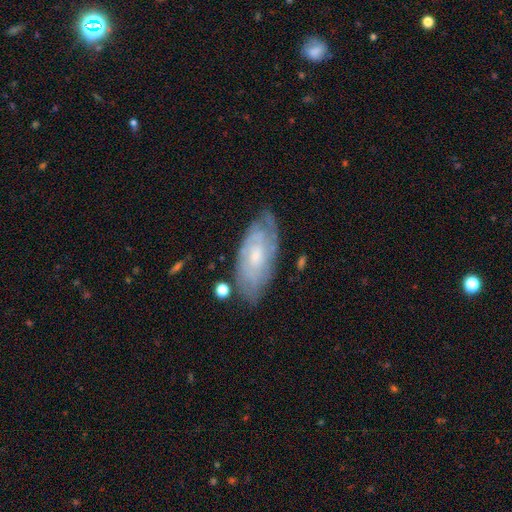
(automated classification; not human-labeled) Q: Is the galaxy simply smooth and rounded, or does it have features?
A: featured or disk — 68%.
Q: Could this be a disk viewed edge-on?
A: no — 90%.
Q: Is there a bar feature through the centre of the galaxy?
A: no — 69%.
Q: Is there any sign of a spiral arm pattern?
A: yes — 84%.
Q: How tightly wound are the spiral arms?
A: tight — 68%.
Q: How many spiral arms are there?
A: can't tell — 59%.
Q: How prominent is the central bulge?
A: small — 52%.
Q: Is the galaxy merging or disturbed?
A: none — 68%.